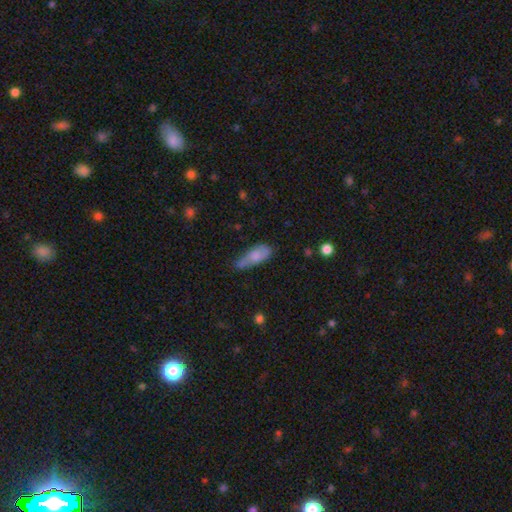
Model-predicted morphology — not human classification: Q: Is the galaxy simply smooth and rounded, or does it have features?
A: smooth — 72%.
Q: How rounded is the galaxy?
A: in between — 70%.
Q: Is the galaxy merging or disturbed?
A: minor disturbance — 37%.